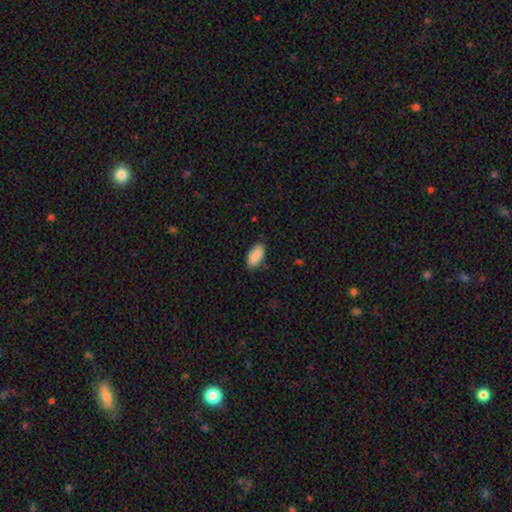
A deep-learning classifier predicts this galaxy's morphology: Overall: smooth (90%). How rounded: in between (92%). Merging: none (83%).